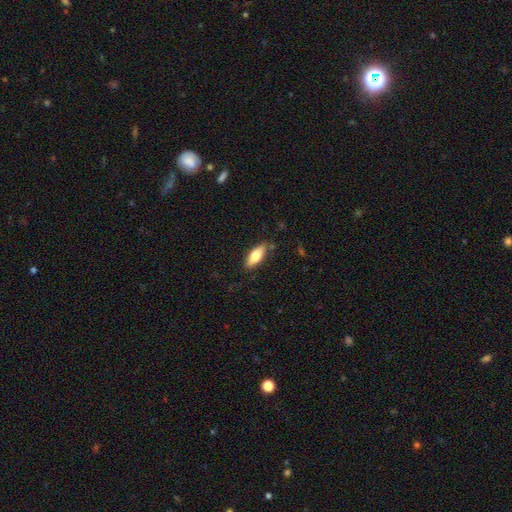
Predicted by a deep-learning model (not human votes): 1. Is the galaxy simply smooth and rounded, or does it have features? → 77% smooth, 18% featured or disk, 6% star or artifact.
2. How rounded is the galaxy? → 72% in between, 26% cigar-shaped, 2% round.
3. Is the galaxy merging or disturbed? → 81% none, 14% minor disturbance, 3% major disturbance, 2% merger.